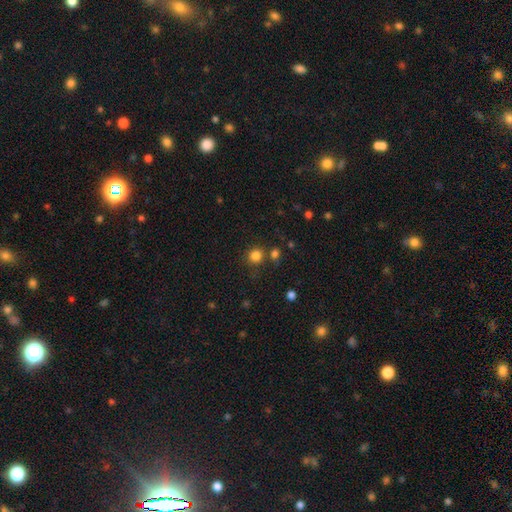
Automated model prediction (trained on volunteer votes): Smooth or featured? Predicted: smooth (p=0.82). How rounded? Predicted: round (p=0.90). Merging? Predicted: none (p=0.76).